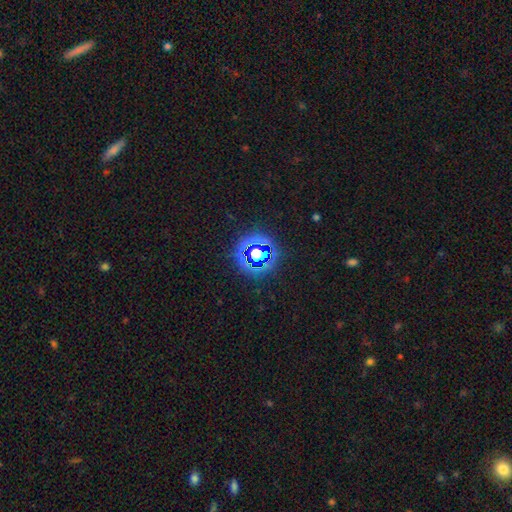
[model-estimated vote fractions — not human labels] Smooth or featured: star or artifact — 76% (smooth — 16%)